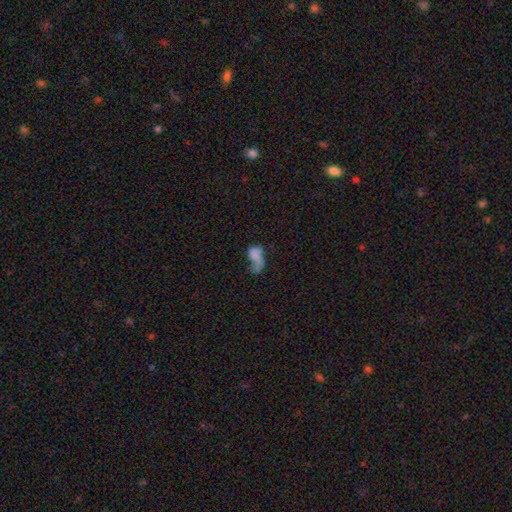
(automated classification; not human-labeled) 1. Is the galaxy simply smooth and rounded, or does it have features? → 63% smooth, 25% featured or disk, 12% star or artifact.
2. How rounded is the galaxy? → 82% in between, 14% round, 3% cigar-shaped.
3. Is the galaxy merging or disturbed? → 47% major disturbance, 22% none, 17% minor disturbance, 13% merger.